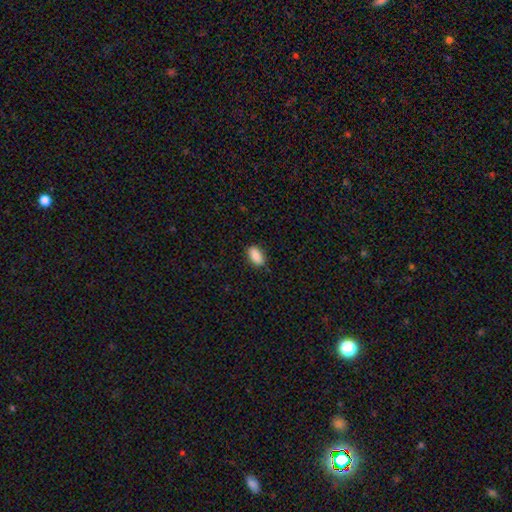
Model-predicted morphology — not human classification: This is clearly a smooth galaxy (87%). How rounded: clearly in between (91%). Merging: clearly none (84%).